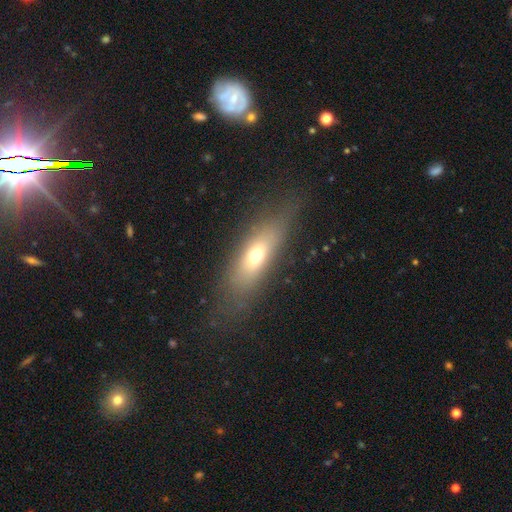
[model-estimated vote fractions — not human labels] Smooth or featured? Predicted: smooth (p=0.61). How rounded? Predicted: in between (p=0.60). Merging? Predicted: none (p=0.72).